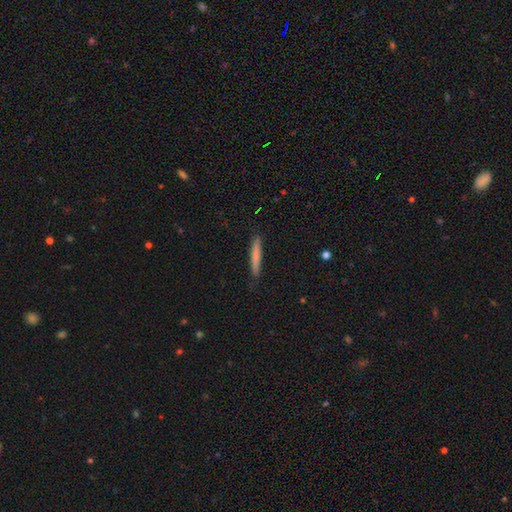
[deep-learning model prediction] smooth 74%, featured or disk 20%, star or artifact 6%. Down the decision tree: how rounded — cigar-shaped (95%); merging — none (89%).